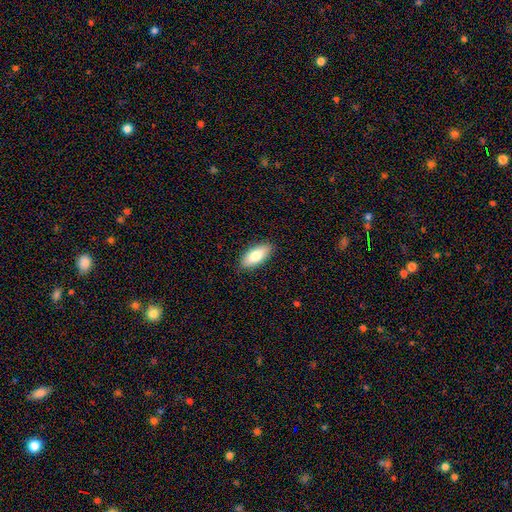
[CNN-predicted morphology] type=smooth (77%); roundness=in between (84%); merging=none (89%).